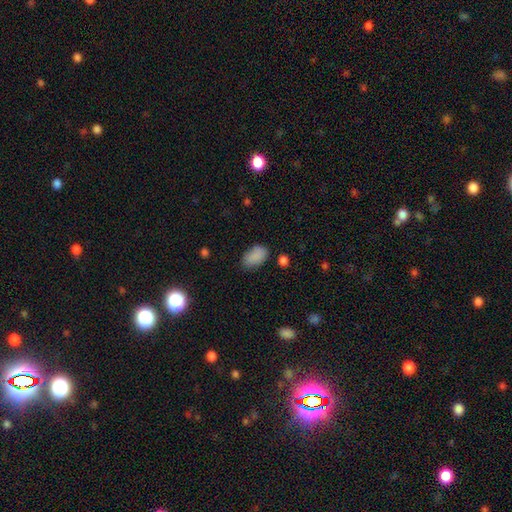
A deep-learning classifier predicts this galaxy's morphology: Smooth or featured: smooth — 87% (star or artifact — 9%)
How rounded: in between — 92% (round — 7%)
Merging: none — 71% (minor disturbance — 21%)